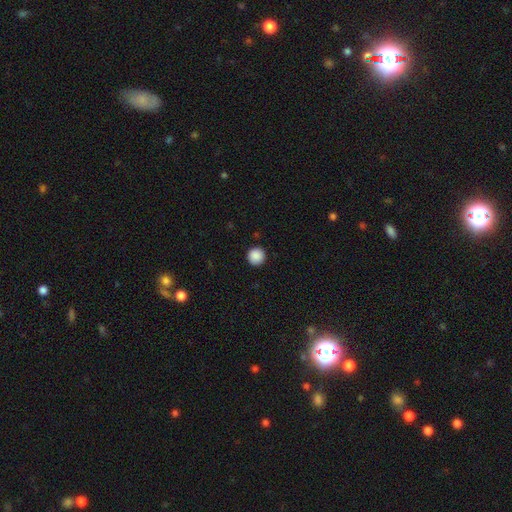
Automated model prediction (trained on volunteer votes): This appears to be a smooth galaxy with no disk features (89%) that is round (96%). Merging: none (92%).